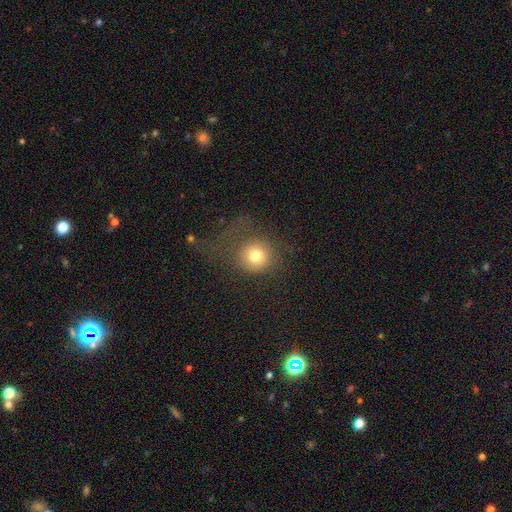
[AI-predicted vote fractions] Morphology: type=smooth (74%); roundness=round (90%); merging=none (50%).